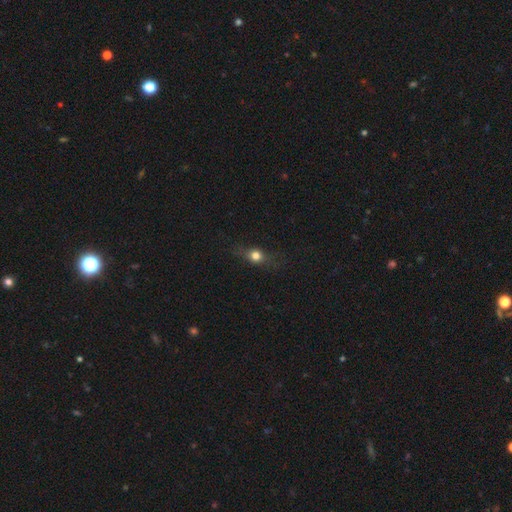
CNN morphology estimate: This is likely a smooth galaxy (63%). How rounded: possibly round (50%). Merging: likely none (74%).